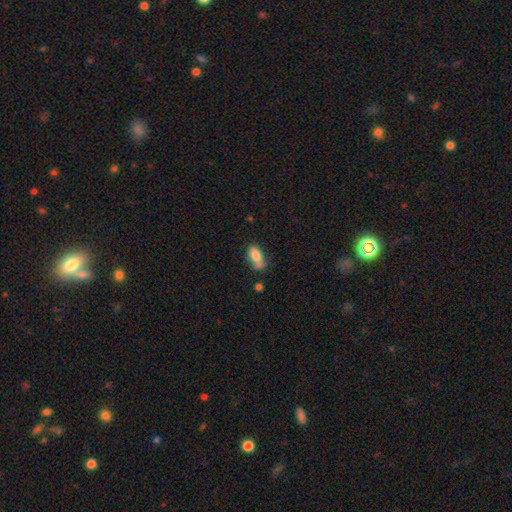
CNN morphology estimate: This appears to be a smooth galaxy with no disk features (76%) that is in between round and cigar-shaped (83%). Merging: none (46%).